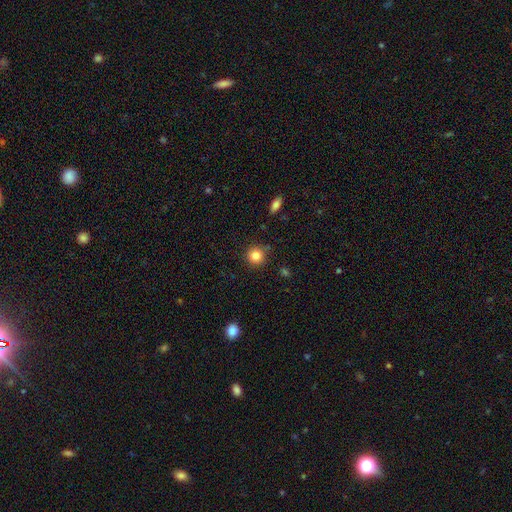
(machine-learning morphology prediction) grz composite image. It shows a smooth galaxy with no disk features (84%) that is round (93%). Merging: none (85%).